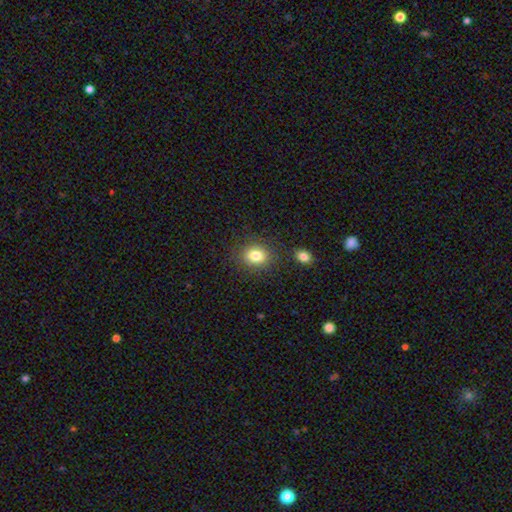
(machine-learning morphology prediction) Overall: smooth (82%). How rounded: round (55%; in between 44%). Merging: none (84%).